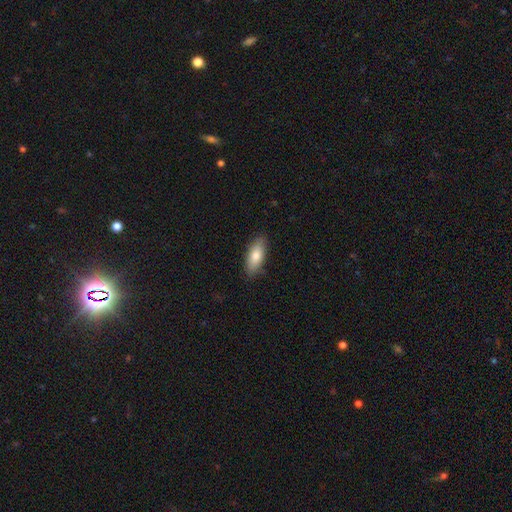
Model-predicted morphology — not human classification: The model was most divided on "how rounded": in between: 75%, cigar-shaped: 23%, round: 2%. More confident: merging — none (86%); smooth or featured — smooth (79%).